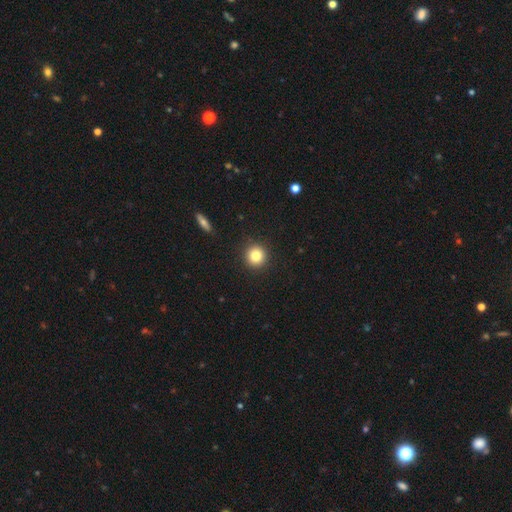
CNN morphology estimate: The model was most divided on "smooth or featured": smooth: 82%, star or artifact: 11%, featured or disk: 7%. More confident: how rounded — round (93%); merging — none (92%).